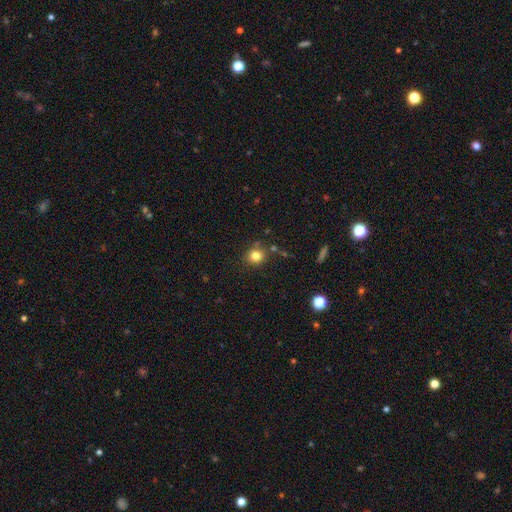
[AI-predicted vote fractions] Smooth or featured? Predicted: smooth (p=0.80). How rounded? Predicted: round (p=0.83). Merging? Predicted: none (p=0.79).